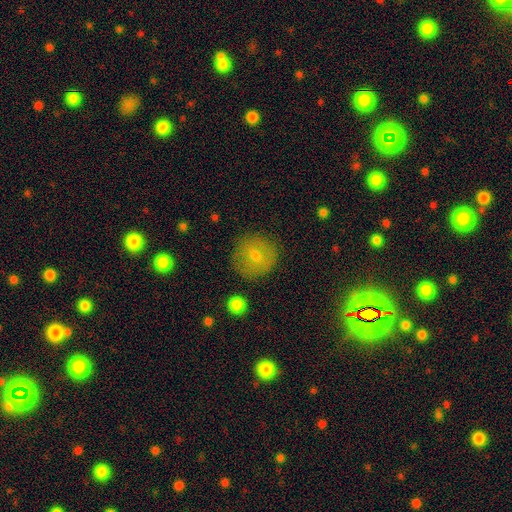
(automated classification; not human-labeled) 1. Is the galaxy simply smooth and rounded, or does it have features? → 66% smooth, 23% featured or disk, 11% star or artifact.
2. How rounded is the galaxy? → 92% round, 7% in between, 1% cigar-shaped.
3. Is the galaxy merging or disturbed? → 86% none, 10% minor disturbance, 3% major disturbance, 1% merger.